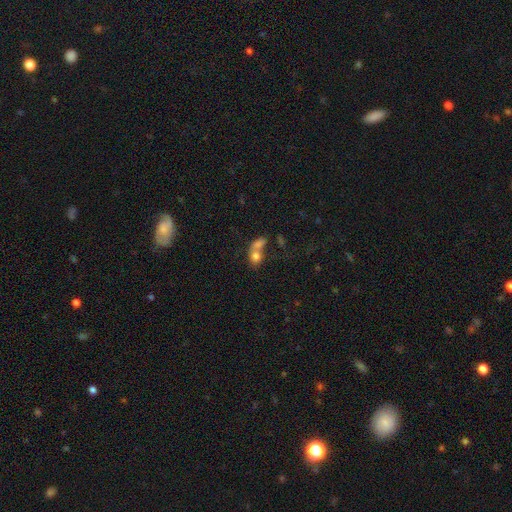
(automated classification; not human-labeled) Overall: smooth (75%). How rounded: in between (50%; round 47%). Merging: merger (65%).